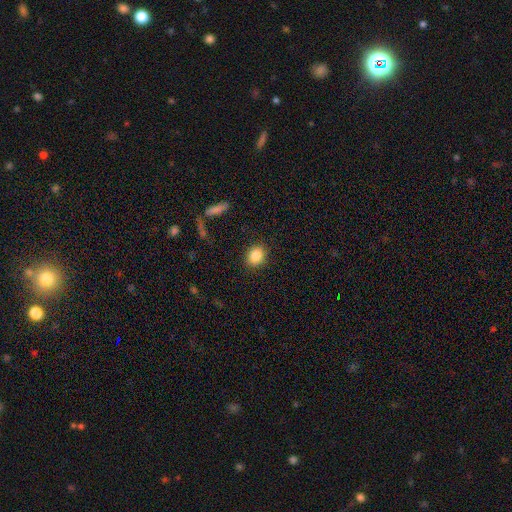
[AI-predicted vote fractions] Smooth or featured? Predicted: smooth (p=0.87). How rounded? Predicted: round (p=0.55). Merging? Predicted: none (p=0.89).